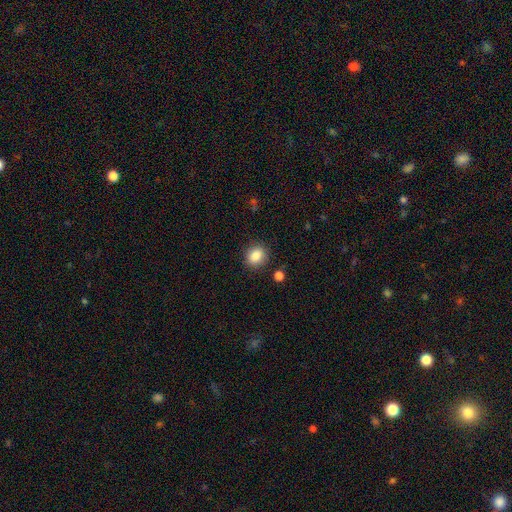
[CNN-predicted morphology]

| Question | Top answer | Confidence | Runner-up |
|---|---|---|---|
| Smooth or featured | smooth | 86% | star or artifact (9%) |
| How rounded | round | 65% | in between (34%) |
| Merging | none | 85% | minor disturbance (10%) |